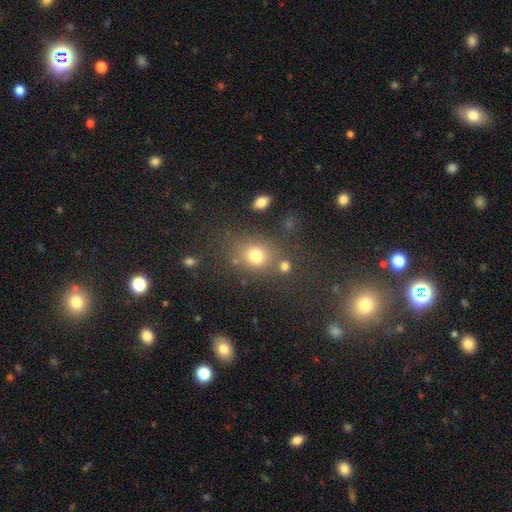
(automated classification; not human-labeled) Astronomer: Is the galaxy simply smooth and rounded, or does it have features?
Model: smooth — 74%.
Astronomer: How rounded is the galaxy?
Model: round — 51% (runner-up: in between, 47%).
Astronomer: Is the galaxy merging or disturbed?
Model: none — 63%.